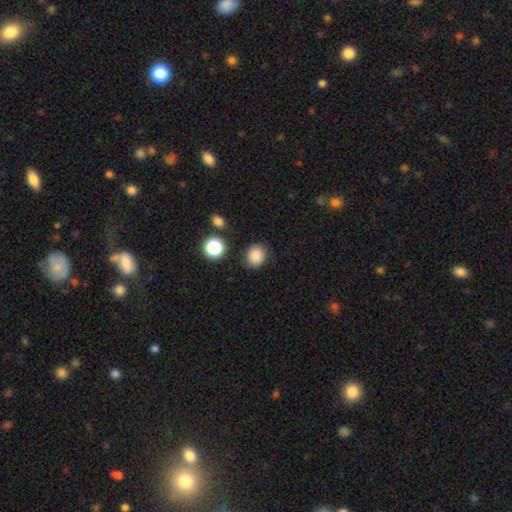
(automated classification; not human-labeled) Smooth or featured: smooth — 85% (star or artifact — 11%)
How rounded: round — 71% (in between — 28%)
Merging: none — 85% (minor disturbance — 9%)